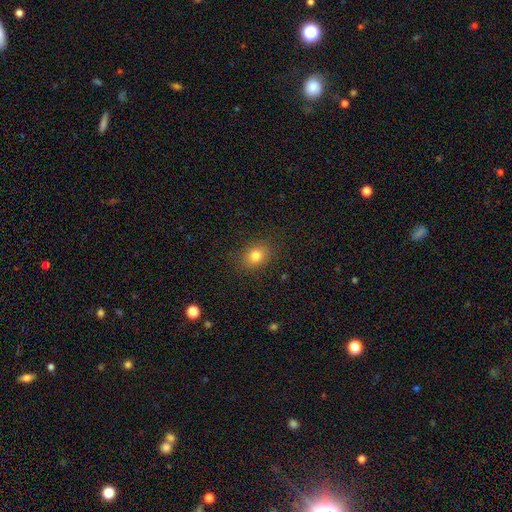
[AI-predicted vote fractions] This is likely a smooth galaxy (80%). How rounded: possibly in between (50%). Merging: clearly none (85%).